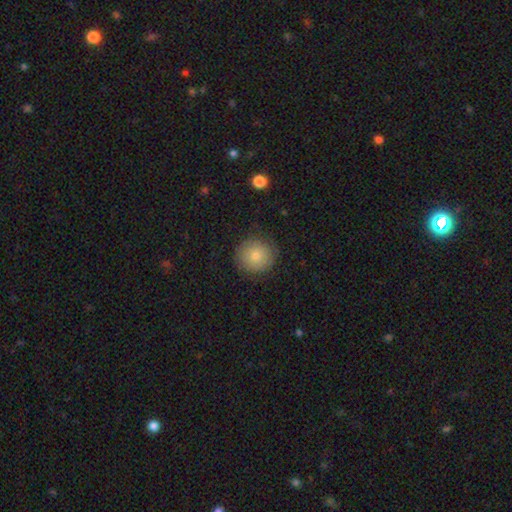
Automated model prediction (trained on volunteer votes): Smooth or featured: smooth — 79% (featured or disk — 12%)
How rounded: round — 92% (in between — 7%)
Merging: none — 85% (minor disturbance — 11%)